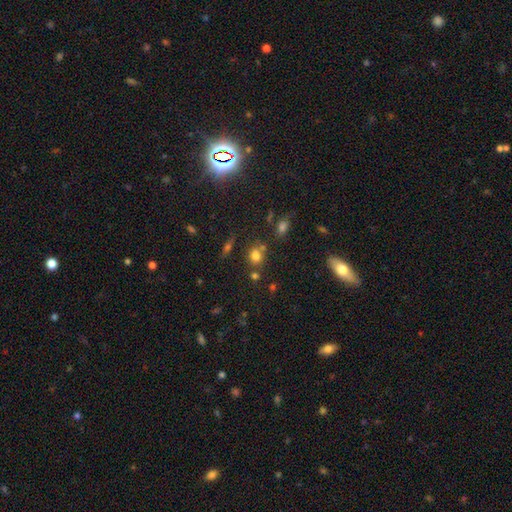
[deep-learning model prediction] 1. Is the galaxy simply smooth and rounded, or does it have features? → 72% smooth, 18% star or artifact, 10% featured or disk.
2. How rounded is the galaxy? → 65% round, 33% in between, 2% cigar-shaped.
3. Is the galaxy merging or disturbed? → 61% none, 21% merger, 13% minor disturbance, 5% major disturbance.